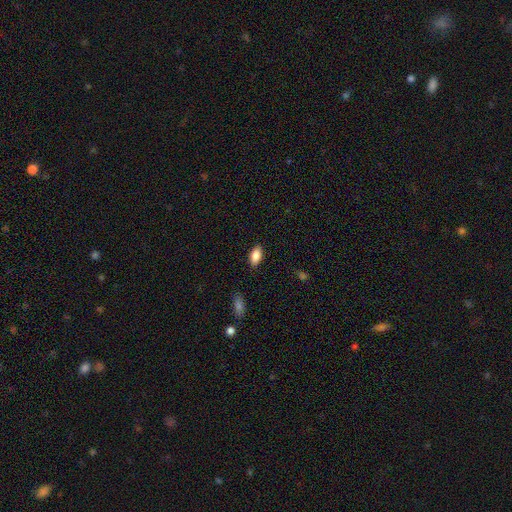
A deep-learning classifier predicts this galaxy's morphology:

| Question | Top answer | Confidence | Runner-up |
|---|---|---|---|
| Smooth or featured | smooth | 86% | star or artifact (7%) |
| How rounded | in between | 91% | cigar-shaped (6%) |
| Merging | none | 88% | minor disturbance (9%) |